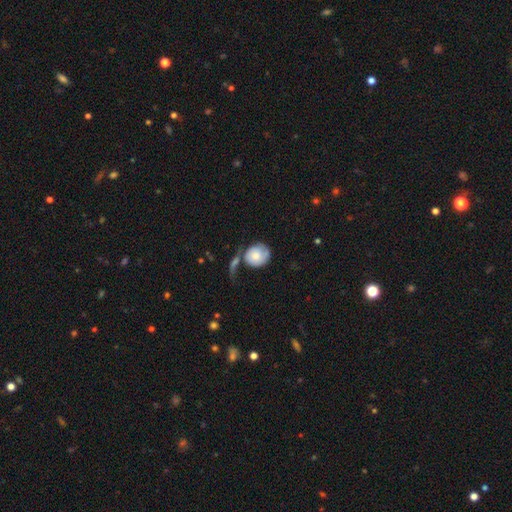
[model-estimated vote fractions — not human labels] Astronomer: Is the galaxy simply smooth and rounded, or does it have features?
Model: smooth — 66%.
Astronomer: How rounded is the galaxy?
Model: round — 75%.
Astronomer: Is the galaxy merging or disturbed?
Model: none — 33% (runner-up: major disturbance, 23%).